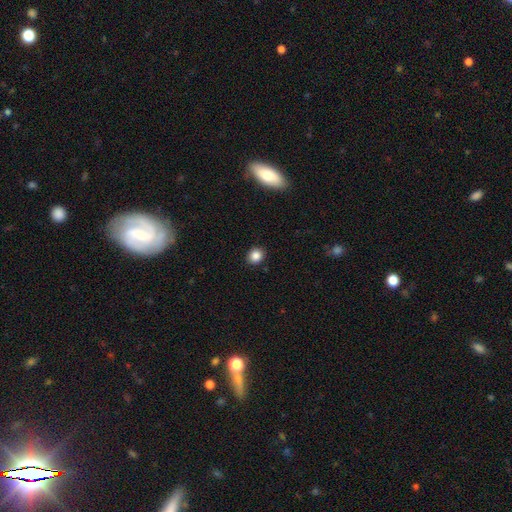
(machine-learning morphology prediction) Smooth or featured? Predicted: smooth (p=0.86). How rounded? Predicted: round (p=0.79). Merging? Predicted: none (p=0.91).